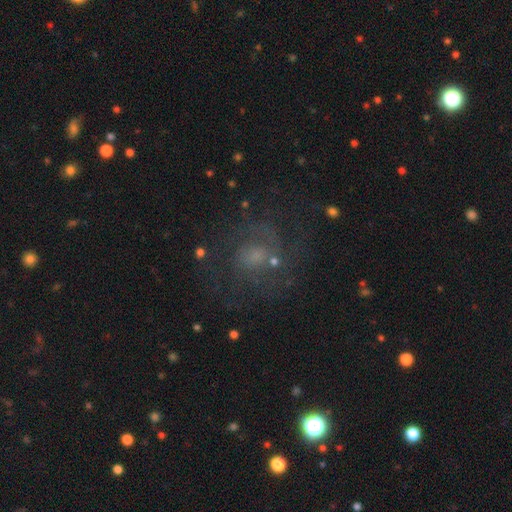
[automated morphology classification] Smooth or featured? featured or disk (62%)
Edge-on disk? no (98%)
Bar? no (69%)
Spiral arms? yes (84%)
Spiral winding? medium (47%)
Spiral arm count? 2 (43%)
Bulge size? small (45%)
Merging? none (66%)